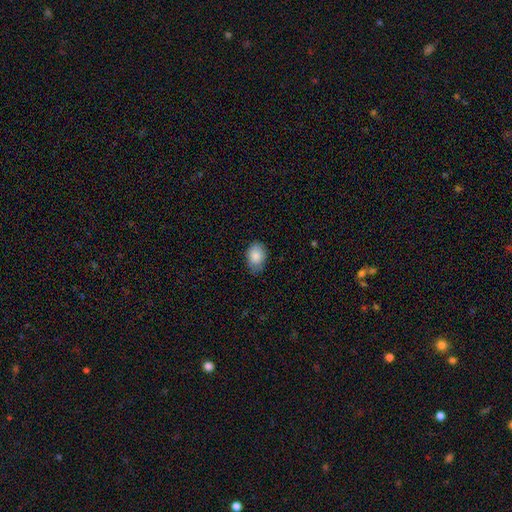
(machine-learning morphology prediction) Smooth or featured?
  - smooth: 87% *
  - star or artifact: 7%
  - featured or disk: 6%
How rounded?
  - in between: 86% *
  - round: 13%
  - cigar-shaped: 1%
Merging?
  - none: 75% *
  - minor disturbance: 21%
  - major disturbance: 3%
  - merger: 1%